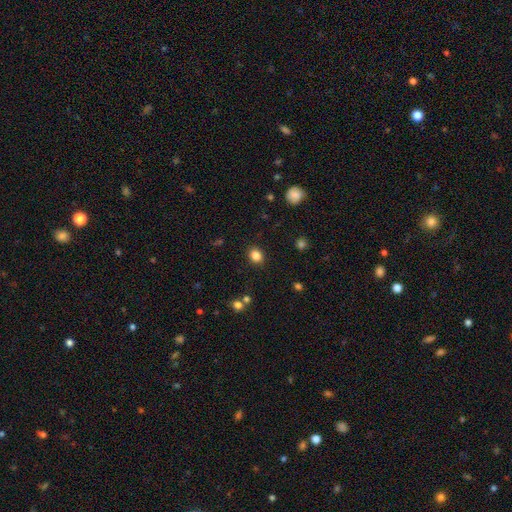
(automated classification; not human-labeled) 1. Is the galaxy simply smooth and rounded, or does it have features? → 84% smooth, 11% star or artifact, 5% featured or disk.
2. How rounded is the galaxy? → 56% round, 44% in between, 1% cigar-shaped.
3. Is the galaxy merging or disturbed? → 87% none, 8% minor disturbance, 3% major disturbance, 2% merger.